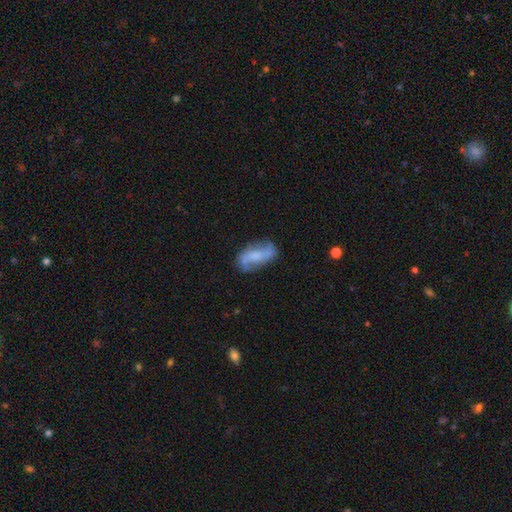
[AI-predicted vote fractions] smooth_or_featured: featured or disk (p=0.68) [alt: smooth p=0.25]
disk_edge_on: no (p=0.94) [alt: yes p=0.06]
bar: no (p=0.40) [tied with: weak p=0.40]
has_spiral_arms: yes (p=0.89) [alt: no p=0.11]
spiral_winding: loose (p=0.65) [alt: medium p=0.26]
spiral_arm_count: 2 (p=0.89) [alt: can't tell p=0.06]
bulge_size: small (p=0.32) [alt: moderate p=0.31]
merging: none (p=0.71) [alt: minor disturbance p=0.19]